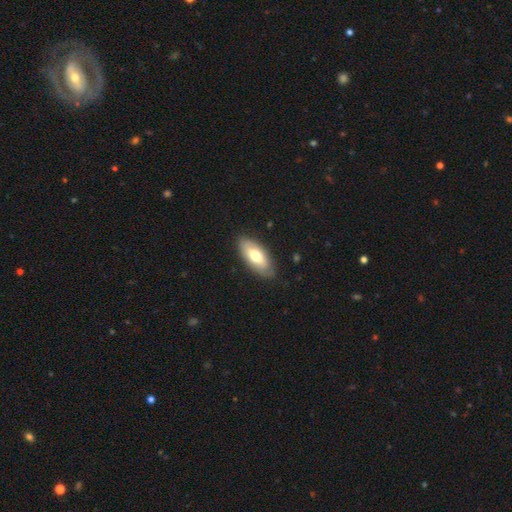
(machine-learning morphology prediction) smooth-or-featured: smooth: 66% | featured or disk: 29% | star or artifact: 5%
  how-rounded: in between: 88% | cigar-shaped: 9% | round: 2%
  merging: none: 84% | minor disturbance: 12% | major disturbance: 3% | merger: 1%